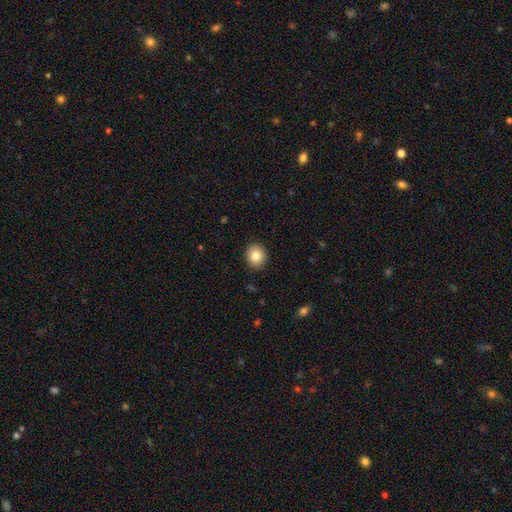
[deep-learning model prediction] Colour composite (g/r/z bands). It shows a smooth galaxy with no disk features (83%) that is round (80%). Merging: none (91%).